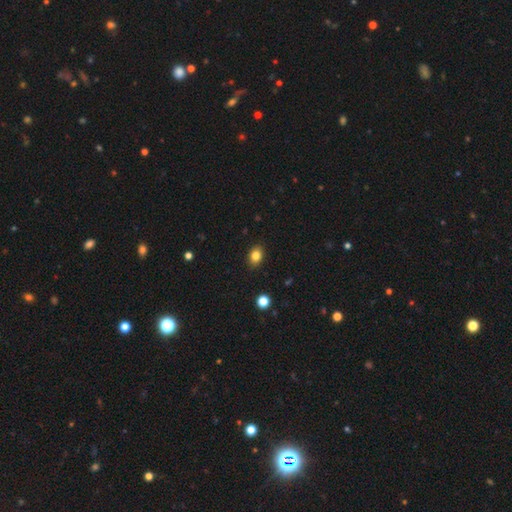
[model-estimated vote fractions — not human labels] A smooth galaxy with no disk features (83%) that is in between round and cigar-shaped (67%).

Vote fractions:
- Smooth or featured? smooth: 83% / star or artifact: 11% / featured or disk: 6%
- How rounded? in between: 67% / round: 32% / cigar-shaped: 1%
- Merging? none: 89% / minor disturbance: 8% / major disturbance: 2% / merger: 1%